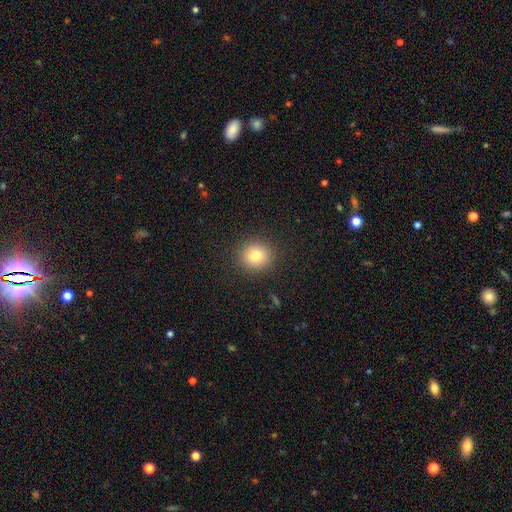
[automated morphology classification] This is clearly a smooth galaxy (80%). How rounded: clearly round (89%). Merging: clearly none (91%).